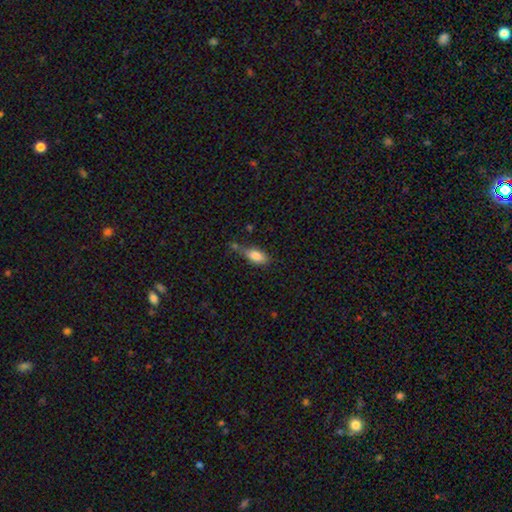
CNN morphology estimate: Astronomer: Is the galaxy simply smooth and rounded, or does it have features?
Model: smooth — 83%.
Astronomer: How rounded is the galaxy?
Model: in between — 86%.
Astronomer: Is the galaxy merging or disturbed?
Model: none — 47% (runner-up: minor disturbance, 29%).